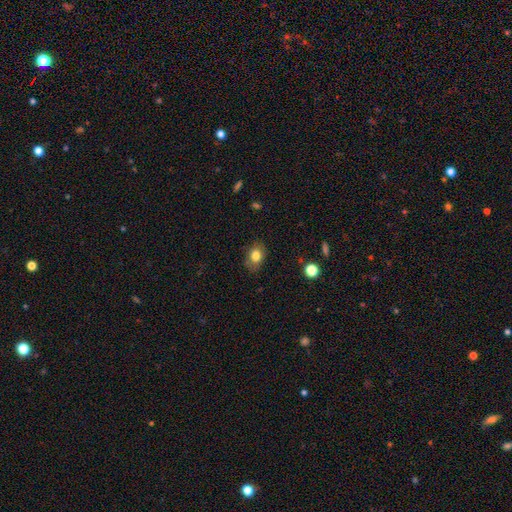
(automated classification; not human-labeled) The model was most divided on "how rounded": in between: 75%, round: 24%, cigar-shaped: 1%. More confident: smooth or featured — smooth (79%); merging — none (79%).